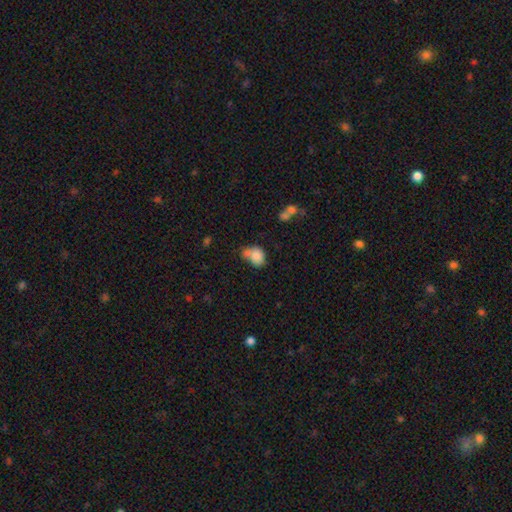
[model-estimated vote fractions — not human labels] Smooth or featured? smooth (80%)
How rounded? in between (51%)
Merging? none (34%)